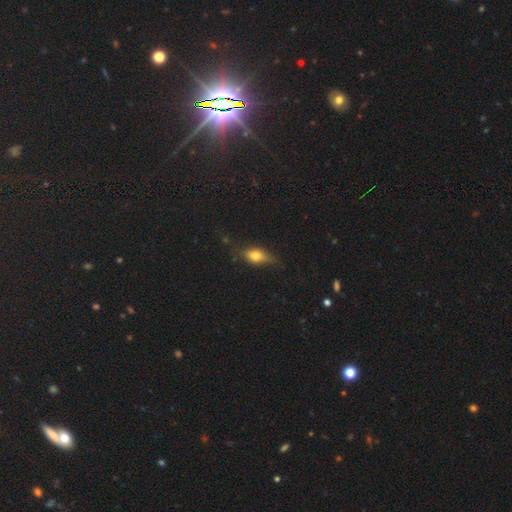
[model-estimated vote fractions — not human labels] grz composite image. It shows a smooth galaxy with no disk features (62%) that is in between round and cigar-shaped (73%). Merging: none (64%).